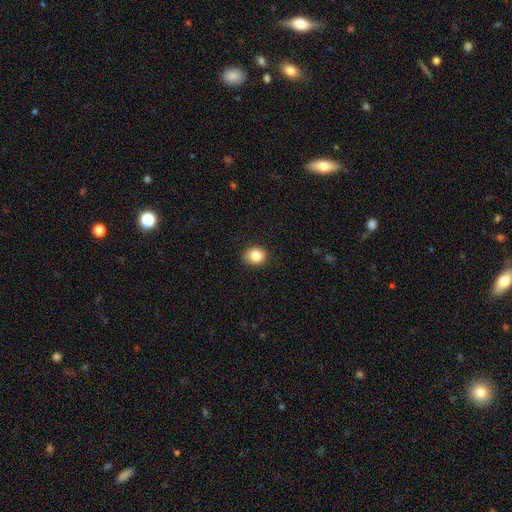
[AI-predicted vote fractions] smooth 83%, star or artifact 10%, featured or disk 7%. Down the decision tree: how rounded — round (71%); merging — none (89%).